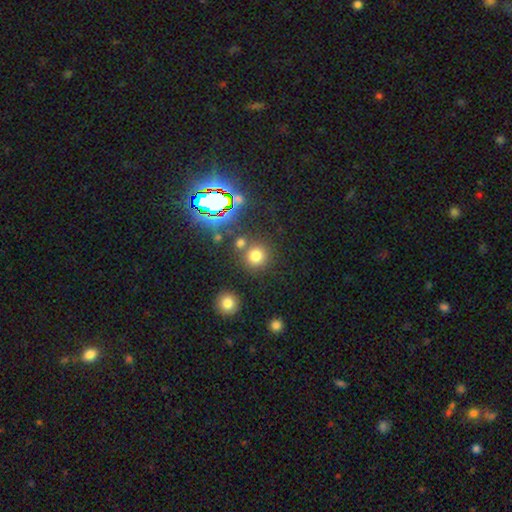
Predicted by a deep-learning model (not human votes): Smooth or featured: smooth — 71% (star or artifact — 22%)
How rounded: round — 92% (in between — 6%)
Merging: none — 76% (merger — 12%)